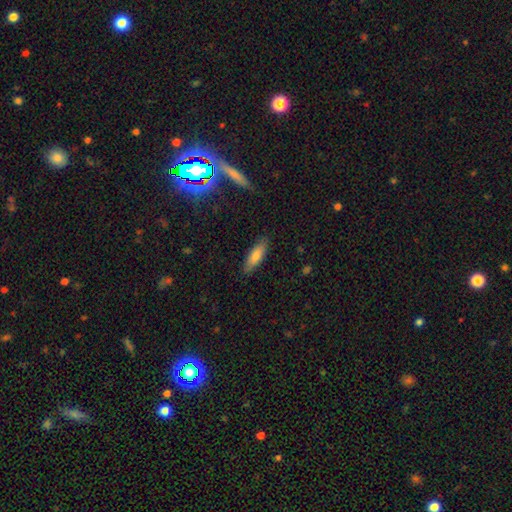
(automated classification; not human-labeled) Overall: smooth (76%). How rounded: in between (51%; cigar-shaped 47%). Merging: none (87%).